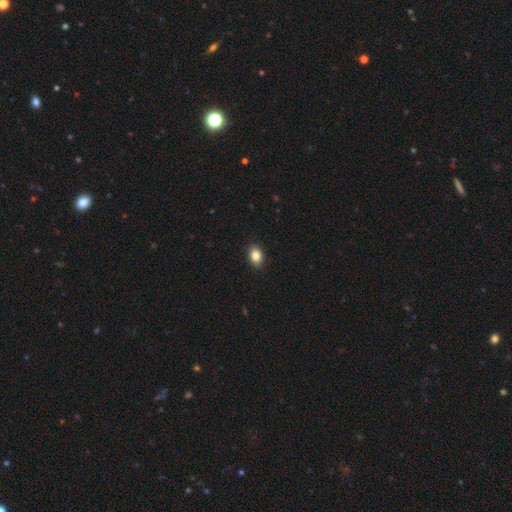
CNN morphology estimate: This appears to be a smooth galaxy with no disk features (85%) that is in between round and cigar-shaped (80%). Merging: none (90%).